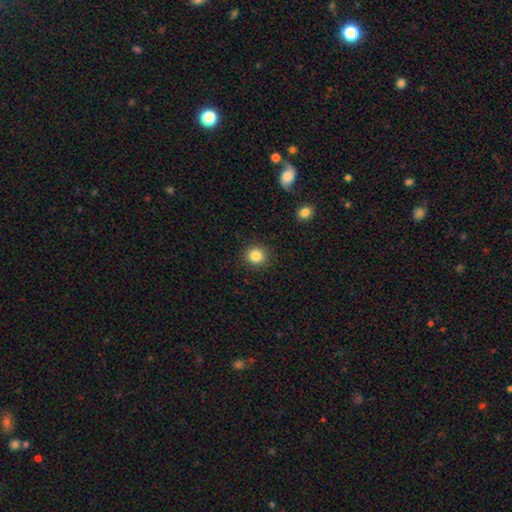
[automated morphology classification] This appears to be a smooth galaxy with no disk features (85%) that is round (88%). Merging: none (90%).